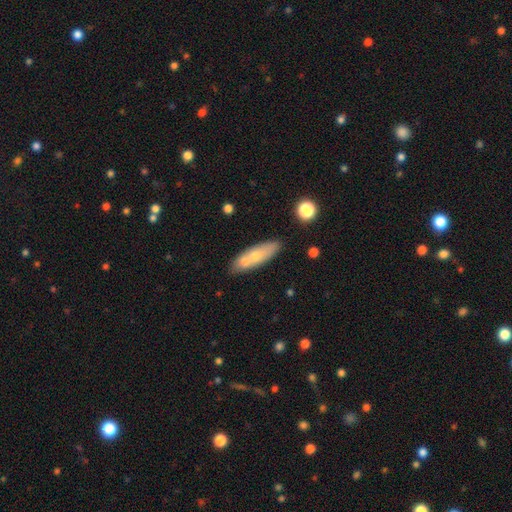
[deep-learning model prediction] The model was most divided on "how rounded": in between: 49%, cigar-shaped: 48%, round: 3%. More confident: smooth or featured — smooth (62%); merging — none (58%).